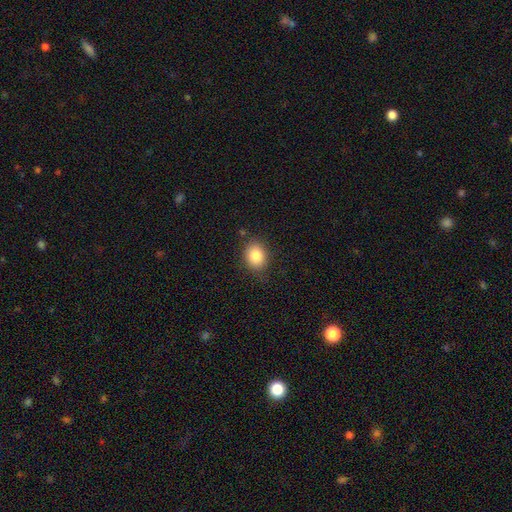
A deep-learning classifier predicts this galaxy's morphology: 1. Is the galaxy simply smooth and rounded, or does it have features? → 84% smooth, 9% star or artifact, 7% featured or disk.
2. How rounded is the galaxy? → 53% round, 46% in between, 1% cigar-shaped.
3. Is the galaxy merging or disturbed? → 80% none, 15% minor disturbance, 4% major disturbance, 2% merger.